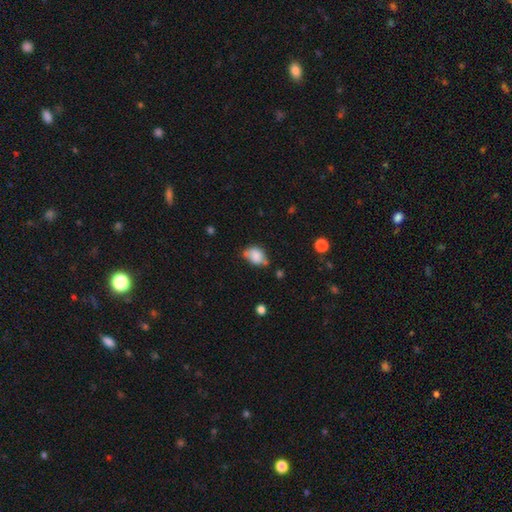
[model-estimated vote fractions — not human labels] smooth_or_featured: smooth (p=0.78) [alt: featured or disk p=0.12]
how_rounded: in between (p=0.68) [alt: round p=0.31]
merging: none (p=0.43) [alt: minor disturbance p=0.35]